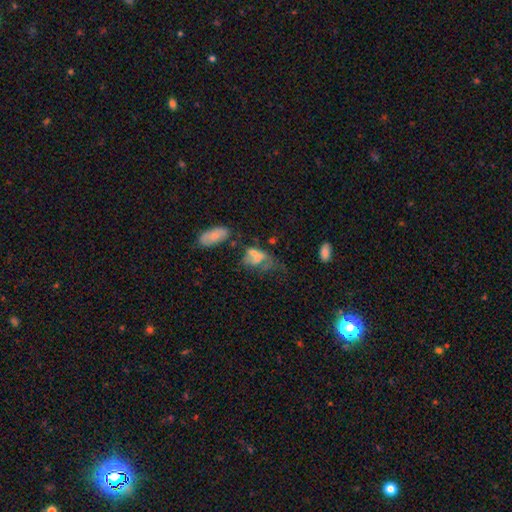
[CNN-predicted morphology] type=smooth (53%); roundness=in between (82%); merging=major disturbance (40%).